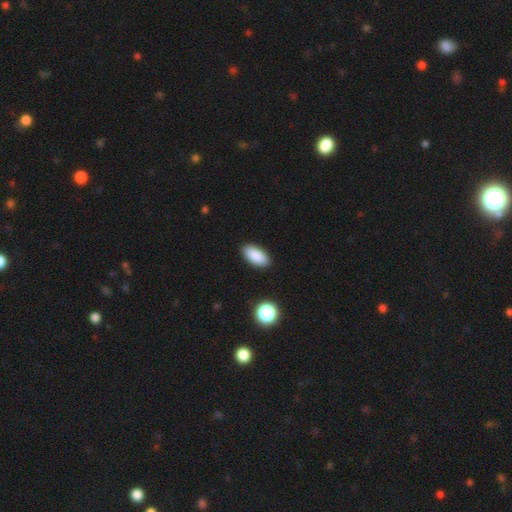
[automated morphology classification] A smooth galaxy with no disk features (88%) that is in between round and cigar-shaped (92%). Merging: none (89%).